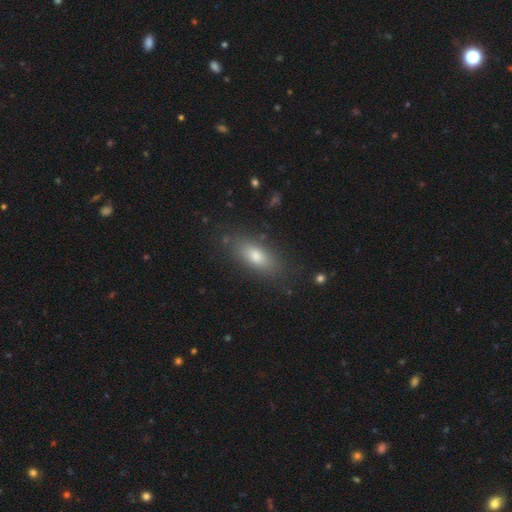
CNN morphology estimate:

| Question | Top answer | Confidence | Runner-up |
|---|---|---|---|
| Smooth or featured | smooth | 73% | featured or disk (17%) |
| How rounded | in between | 75% | cigar-shaped (21%) |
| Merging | none | 82% | minor disturbance (12%) |